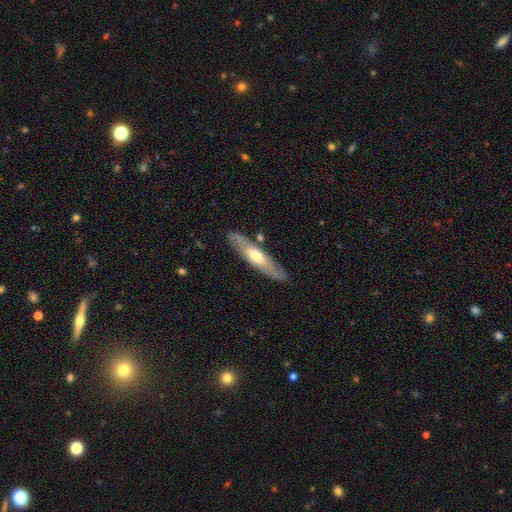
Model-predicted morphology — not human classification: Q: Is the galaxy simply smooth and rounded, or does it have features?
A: featured or disk — 55%.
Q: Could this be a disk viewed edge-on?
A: yes — 59%.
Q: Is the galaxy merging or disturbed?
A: none — 82%.